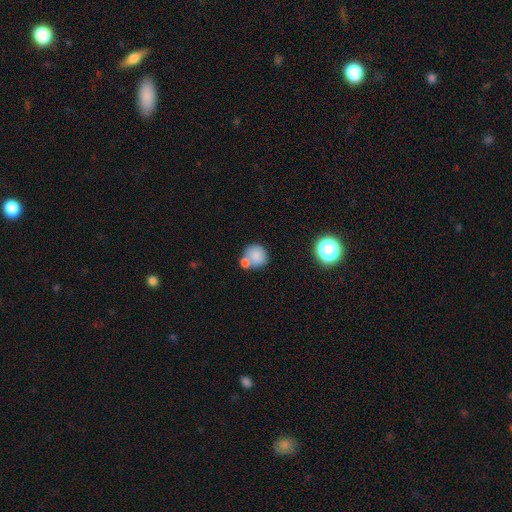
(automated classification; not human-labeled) Smooth or featured?
  - smooth: 81% *
  - featured or disk: 10%
  - star or artifact: 9%
How rounded?
  - round: 89% *
  - in between: 10%
  - cigar-shaped: 1%
Merging?
  - none: 51% *
  - merger: 33%
  - minor disturbance: 12%
  - major disturbance: 4%